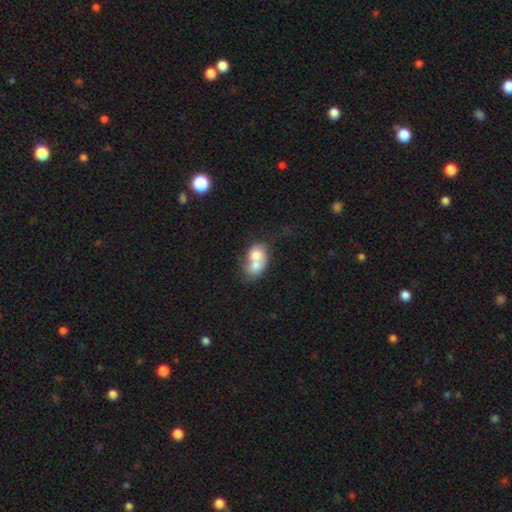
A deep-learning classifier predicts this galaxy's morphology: smooth_or_featured: smooth (p=0.64) [alt: featured or disk p=0.28]
how_rounded: in between (p=0.56) [alt: round p=0.43]
merging: merger (p=0.75) [alt: none p=0.13]